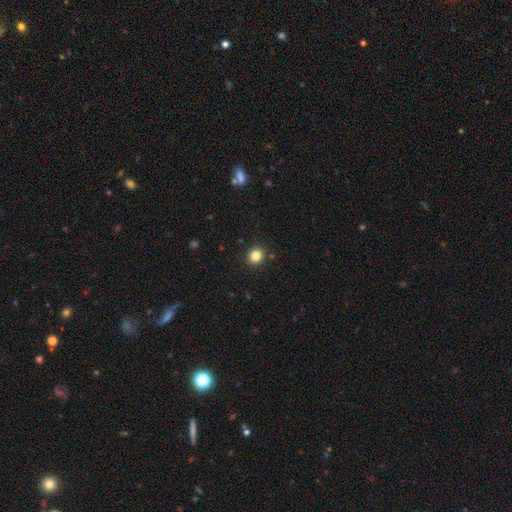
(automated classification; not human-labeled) A smooth galaxy with no disk features (83%) that is round (85%).

Vote fractions:
- Smooth or featured? smooth: 83% / star or artifact: 12% / featured or disk: 5%
- How rounded? round: 85% / in between: 14% / cigar-shaped: 1%
- Merging? none: 91% / minor disturbance: 5% / major disturbance: 2% / merger: 1%